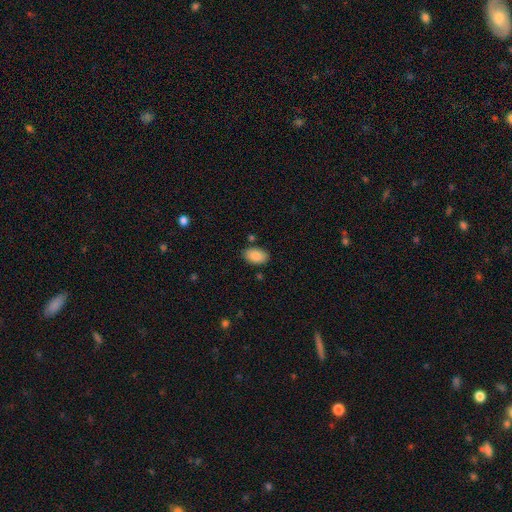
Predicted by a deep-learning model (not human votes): smooth_or_featured: smooth (p=0.88) [alt: star or artifact p=0.07]
how_rounded: in between (p=0.92) [alt: round p=0.07]
merging: none (p=0.84) [alt: minor disturbance p=0.11]